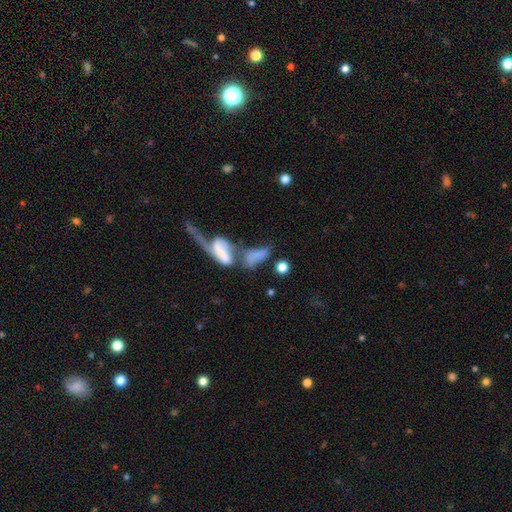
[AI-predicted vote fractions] This is possibly a smooth galaxy (58%). How rounded: likely in between (79%). Merging: likely merger (65%).